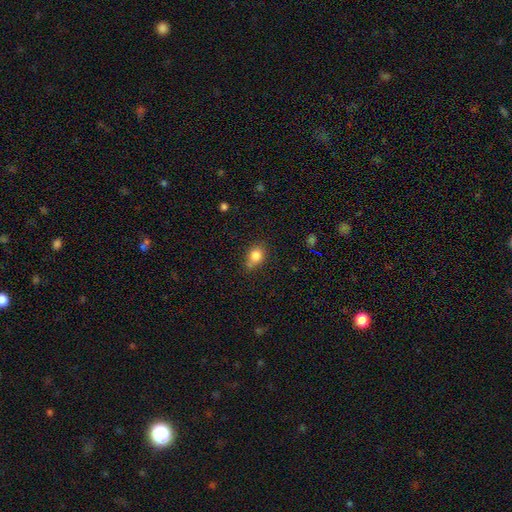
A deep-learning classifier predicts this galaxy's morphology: smooth-or-featured: smooth: 82% | star or artifact: 10% | featured or disk: 7%
  how-rounded: in between: 50% | round: 48% | cigar-shaped: 1%
  merging: none: 62% | minor disturbance: 25% | merger: 8% | major disturbance: 5%